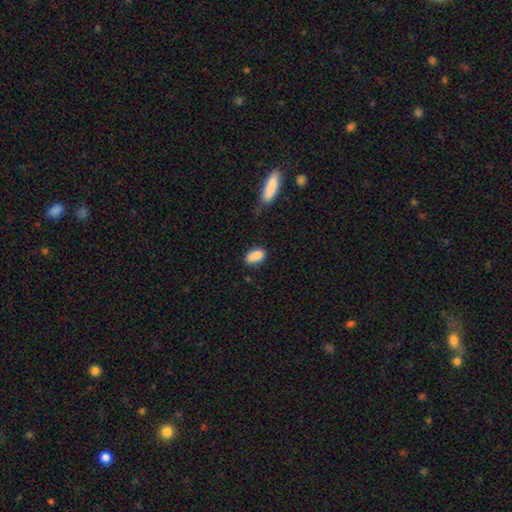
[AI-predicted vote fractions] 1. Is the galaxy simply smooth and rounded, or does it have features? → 88% smooth, 8% star or artifact, 4% featured or disk.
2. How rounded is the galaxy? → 91% in between, 5% round, 4% cigar-shaped.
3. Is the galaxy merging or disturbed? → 73% none, 19% minor disturbance, 5% major disturbance, 3% merger.